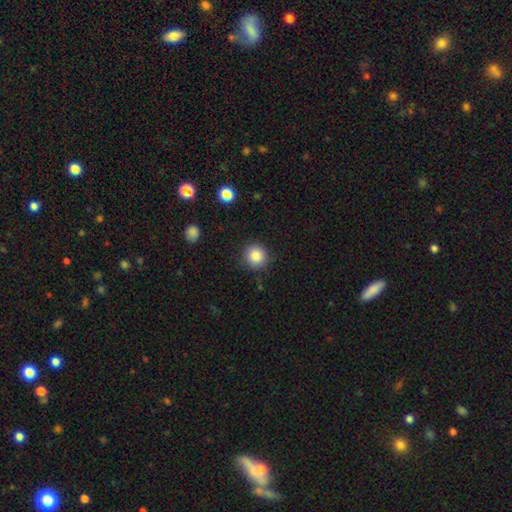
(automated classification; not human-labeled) The model was most divided on "smooth or featured": smooth: 86%, star or artifact: 10%, featured or disk: 4%. More confident: how rounded — round (93%); merging — none (89%).